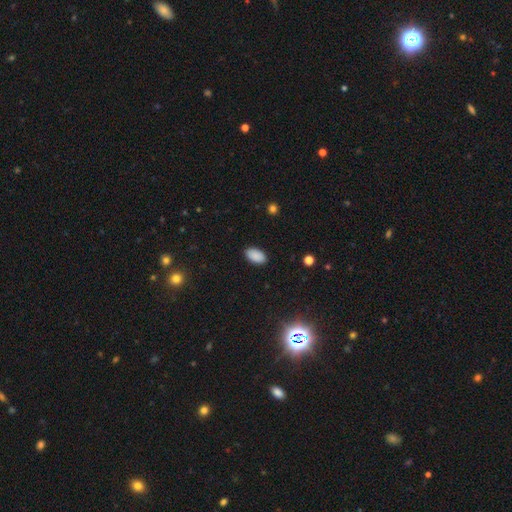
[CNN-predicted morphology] Smooth or featured: smooth — 88% (star or artifact — 8%)
How rounded: in between — 95% (round — 4%)
Merging: none — 89% (minor disturbance — 8%)